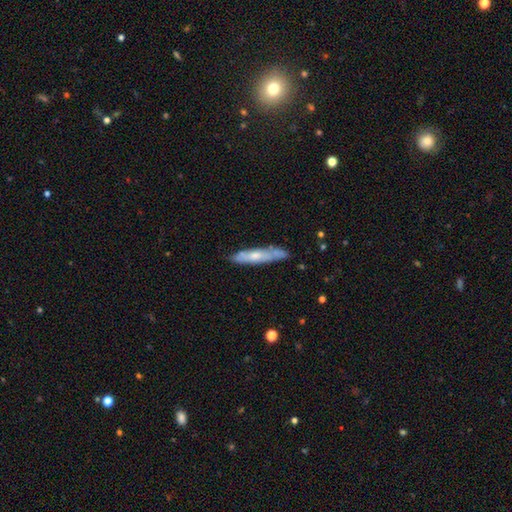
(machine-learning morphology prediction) Smooth or featured? featured or disk (48%)
Merging? none (76%)